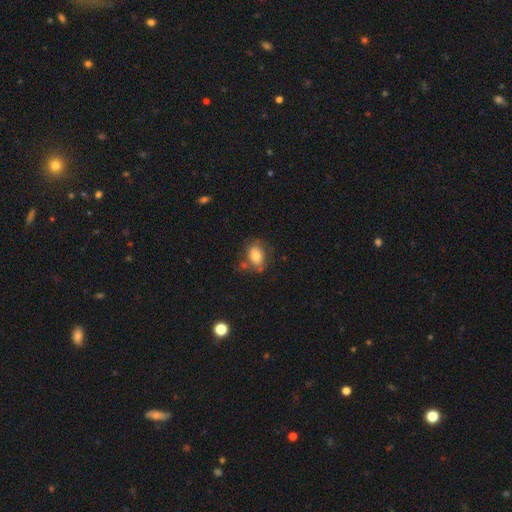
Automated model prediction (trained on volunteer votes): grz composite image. It shows a smooth galaxy with no disk features (74%) that is in between round and cigar-shaped (77%). Merging: none (59%).